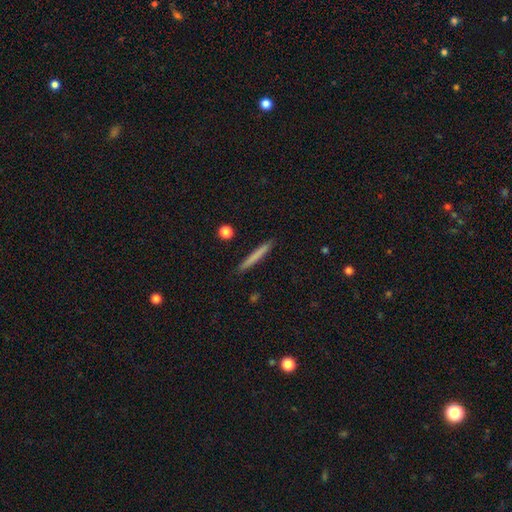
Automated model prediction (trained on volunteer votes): Q: Smooth or featured?
A: smooth (71%); runner-up: featured or disk (23%)
Q: How rounded?
A: cigar-shaped (96%); runner-up: in between (2%)
Q: Merging?
A: none (91%); runner-up: minor disturbance (6%)